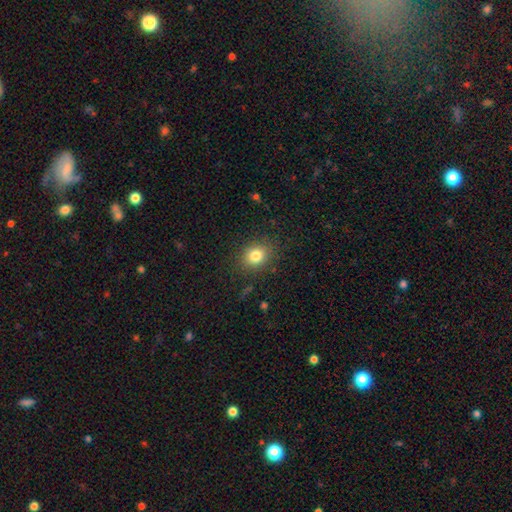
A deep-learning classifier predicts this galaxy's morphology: A smooth galaxy with no disk features (81%) that is round (55%).

Vote fractions:
- Smooth or featured? smooth: 81% / star or artifact: 11% / featured or disk: 7%
- How rounded? round: 55% / in between: 44% / cigar-shaped: 1%
- Merging? none: 85% / minor disturbance: 10% / major disturbance: 3% / merger: 1%